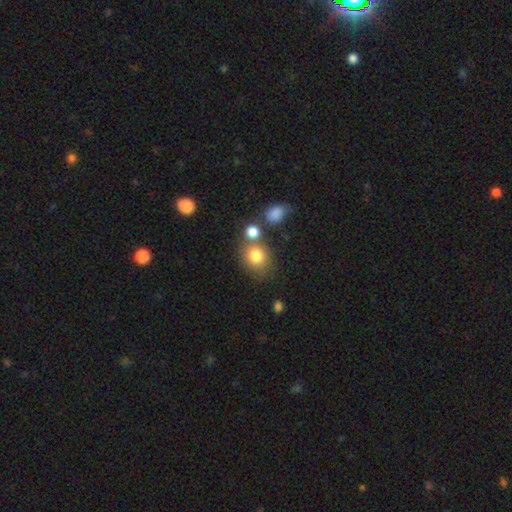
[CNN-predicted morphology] Q: Smooth or featured?
A: smooth (80%); runner-up: star or artifact (11%)
Q: How rounded?
A: round (64%); runner-up: in between (35%)
Q: Merging?
A: none (58%); runner-up: merger (24%)